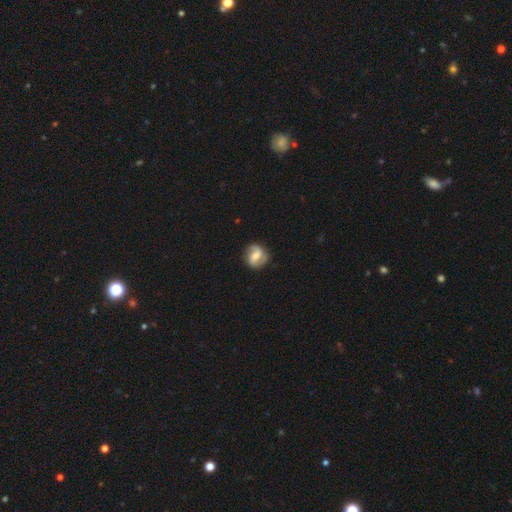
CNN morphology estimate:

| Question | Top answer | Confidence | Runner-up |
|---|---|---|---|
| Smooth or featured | featured or disk | 71% | smooth (23%) |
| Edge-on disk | no | 98% | yes (2%) |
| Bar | weak | 46% | no (28%) |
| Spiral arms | yes | 91% | no (9%) |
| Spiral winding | medium | 44% | loose (33%) |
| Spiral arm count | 2 | 89% | can't tell (5%) |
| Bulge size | moderate | 59% | small (30%) |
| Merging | none | 83% | minor disturbance (12%) |